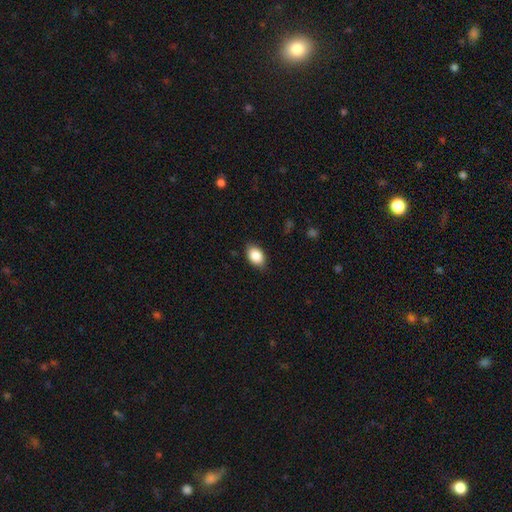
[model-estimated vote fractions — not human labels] smooth_or_featured: smooth (p=0.87) [alt: star or artifact p=0.07]
how_rounded: in between (p=0.83) [alt: round p=0.15]
merging: none (p=0.83) [alt: minor disturbance p=0.13]